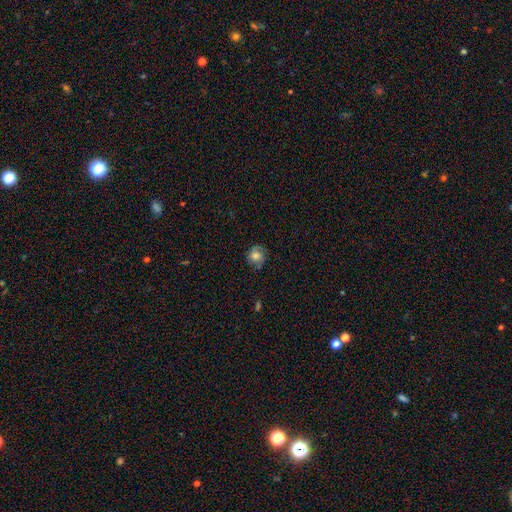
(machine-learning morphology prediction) Overall: smooth (74%). How rounded: round (83%). Merging: none (74%).